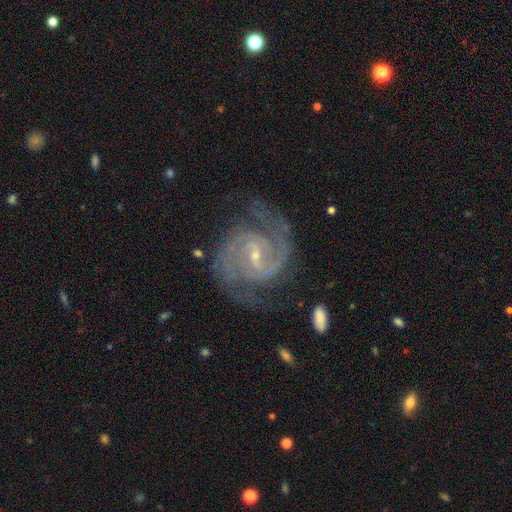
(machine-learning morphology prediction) smooth-or-featured: featured or disk: 93% | star or artifact: 4% | smooth: 3%
  disk-edge-on: no: 98% | yes: 2%
    bar: weak: 53% | strong: 27% | no: 19%
    has-spiral-arms: yes: 99% | no: 1%
      spiral-winding: medium: 47% | tight: 46% | loose: 7%
      spiral-arm-count: 2: 84% | 3: 6% | can't tell: 4% | 4: 2% | 1: 2% | more than 4: 2%
    bulge-size: small: 73% | moderate: 23% | none: 2% | large: 1% | dominant: 1%
  merging: none: 74% | minor disturbance: 17% | major disturbance: 7% | merger: 2%